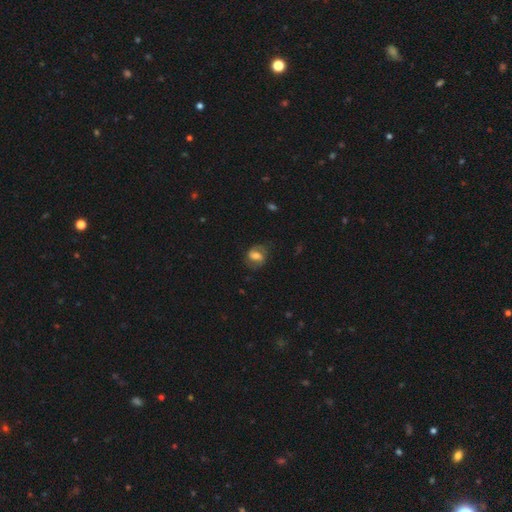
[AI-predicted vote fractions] smooth_or_featured: featured or disk (p=0.46) [alt: smooth p=0.45]
merging: none (p=0.67) [alt: minor disturbance p=0.20]